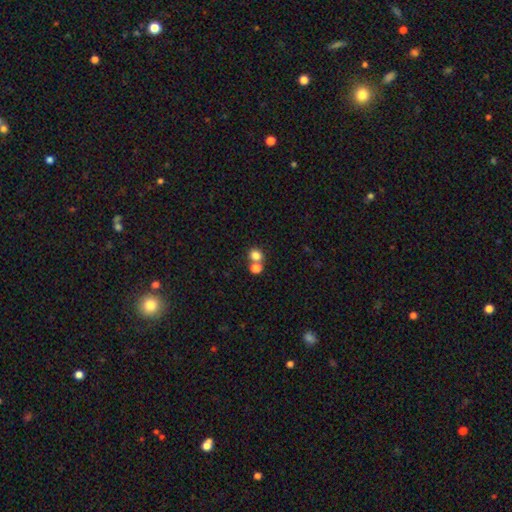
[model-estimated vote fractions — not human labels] Smooth or featured? smooth (80%)
How rounded? round (77%)
Merging? none (53%)